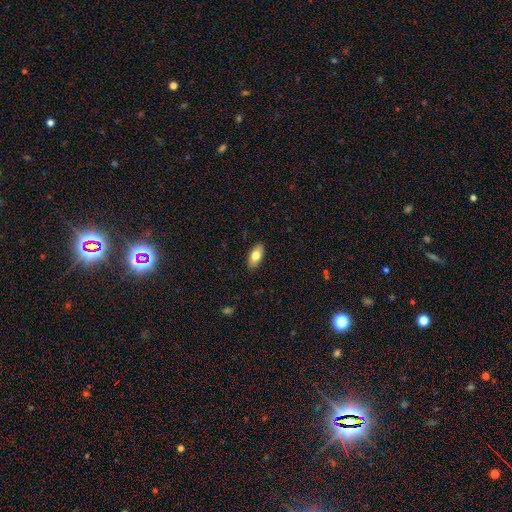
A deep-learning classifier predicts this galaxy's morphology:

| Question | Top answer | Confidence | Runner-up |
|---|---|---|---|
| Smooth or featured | smooth | 78% | featured or disk (15%) |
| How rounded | in between | 89% | cigar-shaped (8%) |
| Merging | none | 89% | minor disturbance (8%) |